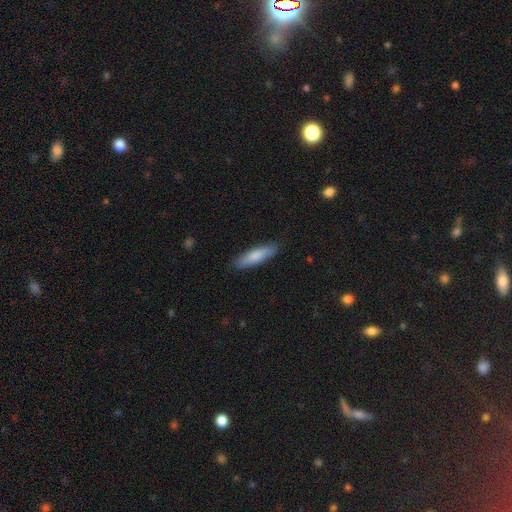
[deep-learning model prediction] This is clearly a smooth galaxy (81%). How rounded: likely cigar-shaped (65%). Merging: clearly none (87%).